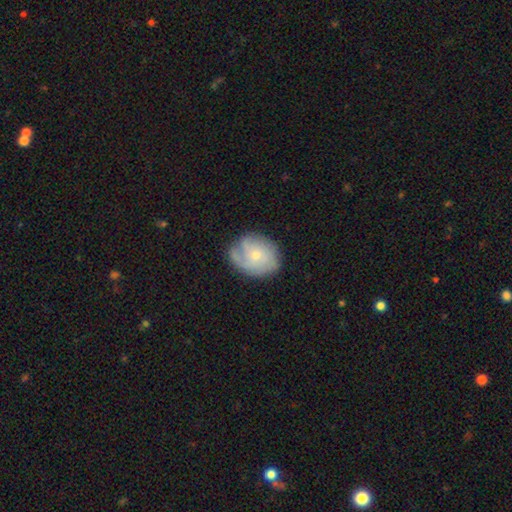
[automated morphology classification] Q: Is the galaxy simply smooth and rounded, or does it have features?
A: featured or disk — 62%.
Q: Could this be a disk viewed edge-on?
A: no — 97%.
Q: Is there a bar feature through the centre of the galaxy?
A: no — 79%.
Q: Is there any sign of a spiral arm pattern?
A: yes — 87%.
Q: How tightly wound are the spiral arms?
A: tight — 51%.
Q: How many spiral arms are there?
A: can't tell — 39%.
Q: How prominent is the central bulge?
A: small — 60%.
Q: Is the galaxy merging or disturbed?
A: none — 68%.